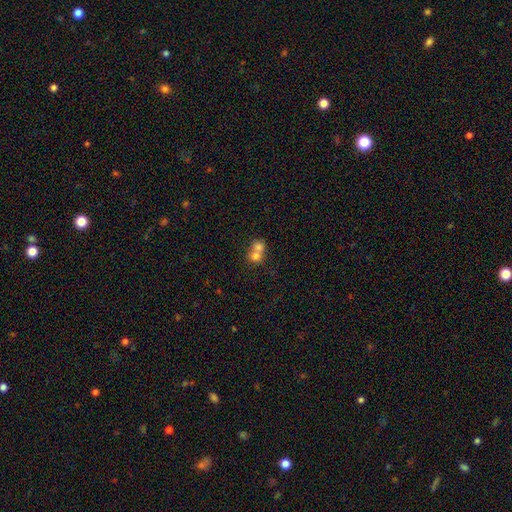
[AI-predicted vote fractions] Smooth or featured?
  - smooth: 73% *
  - featured or disk: 16%
  - star or artifact: 11%
How rounded?
  - round: 80% *
  - in between: 19%
  - cigar-shaped: 1%
Merging?
  - merger: 70% *
  - none: 23%
  - minor disturbance: 4%
  - major disturbance: 2%